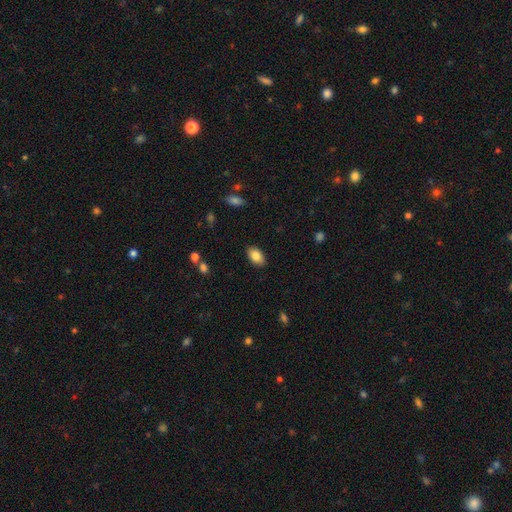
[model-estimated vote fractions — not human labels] Morphology: type=smooth (85%); roundness=in between (92%); merging=none (87%).